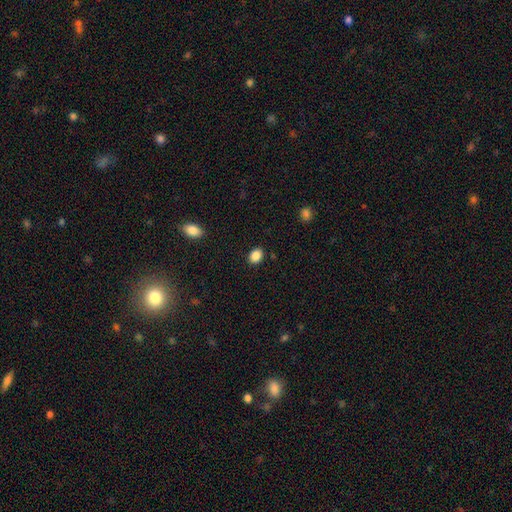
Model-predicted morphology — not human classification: smooth 88%, star or artifact 9%, featured or disk 3%. Down the decision tree: how rounded — in between (69%); merging — none (88%).